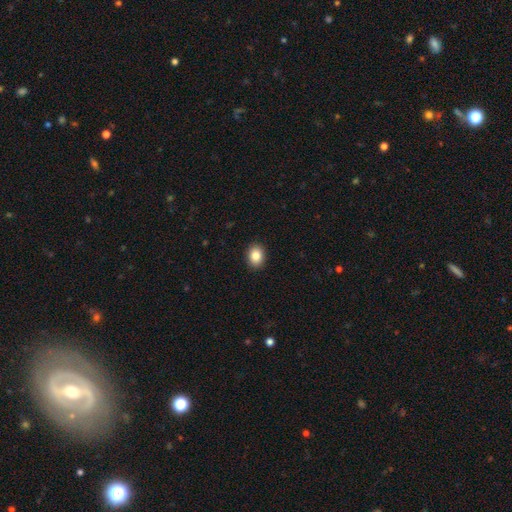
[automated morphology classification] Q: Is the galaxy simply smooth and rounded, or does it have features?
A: smooth — 85%.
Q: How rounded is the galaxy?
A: in between — 58%.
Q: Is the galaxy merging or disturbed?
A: none — 91%.